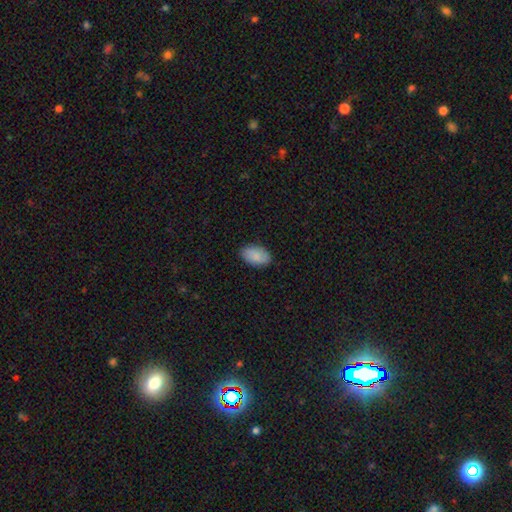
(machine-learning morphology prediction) A smooth galaxy with no disk features (86%) that is in between round and cigar-shaped (93%).

Vote fractions:
- Smooth or featured? smooth: 86% / featured or disk: 8% / star or artifact: 6%
- How rounded? in between: 93% / round: 6% / cigar-shaped: 1%
- Merging? none: 87% / minor disturbance: 10% / major disturbance: 2% / merger: 1%